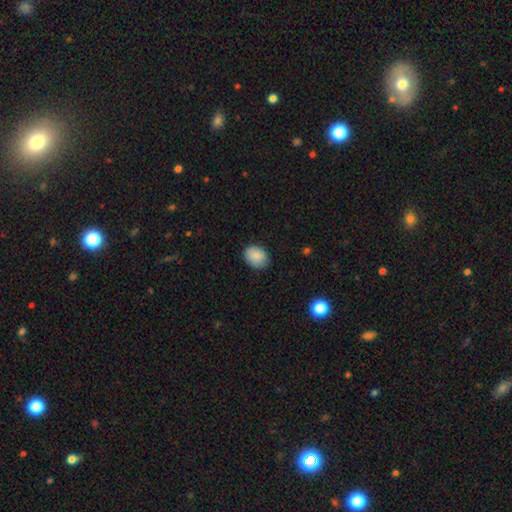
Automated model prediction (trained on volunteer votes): smooth_or_featured: smooth (p=0.88) [alt: star or artifact p=0.07]
how_rounded: in between (p=0.59) [alt: round p=0.40]
merging: none (p=0.84) [alt: minor disturbance p=0.13]